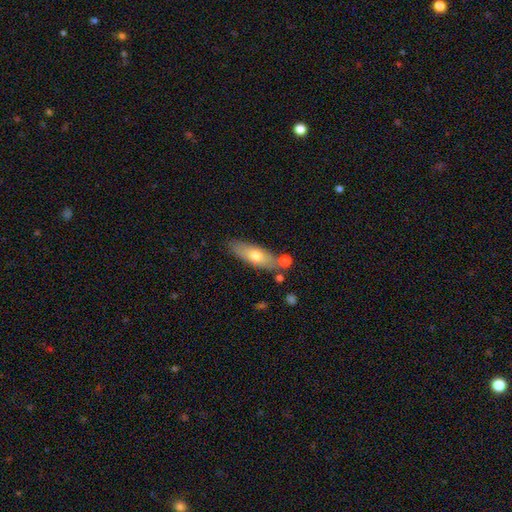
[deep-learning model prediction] smooth_or_featured: smooth (p=0.64) [alt: featured or disk p=0.30]
how_rounded: in between (p=0.52) [alt: cigar-shaped p=0.45]
merging: none (p=0.70) [alt: minor disturbance p=0.15]